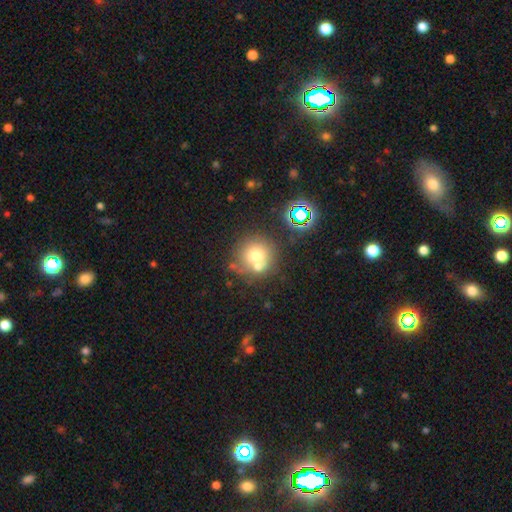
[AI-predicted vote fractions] Overall: smooth (65%). How rounded: round (91%). Merging: none (55%; merger 30%).